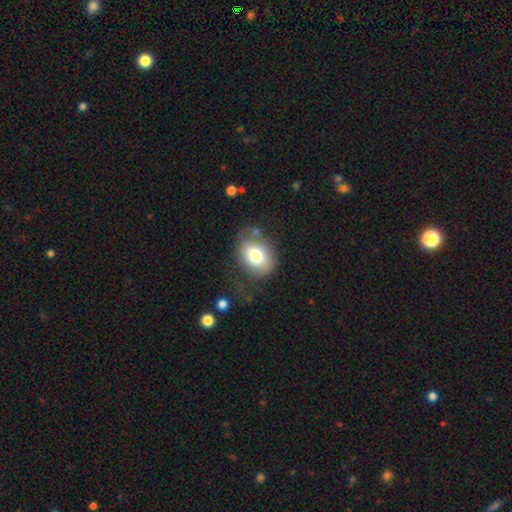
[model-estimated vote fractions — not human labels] The model was most divided on "how rounded": in between: 66%, round: 33%, cigar-shaped: 1%. More confident: smooth or featured — smooth (74%); merging — none (63%).